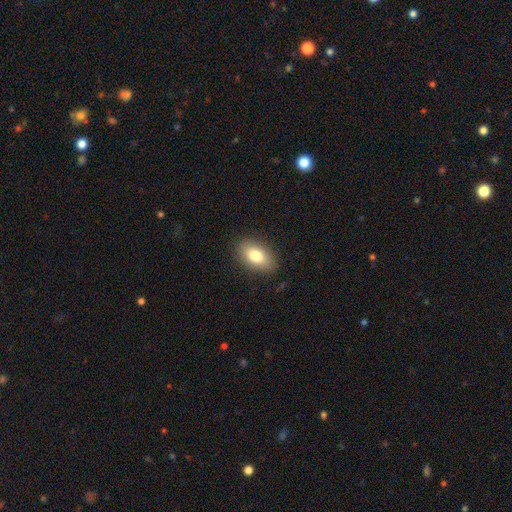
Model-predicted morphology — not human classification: Q: Smooth or featured?
A: smooth (80%); runner-up: featured or disk (12%)
Q: How rounded?
A: in between (90%); runner-up: round (7%)
Q: Merging?
A: none (87%); runner-up: minor disturbance (10%)